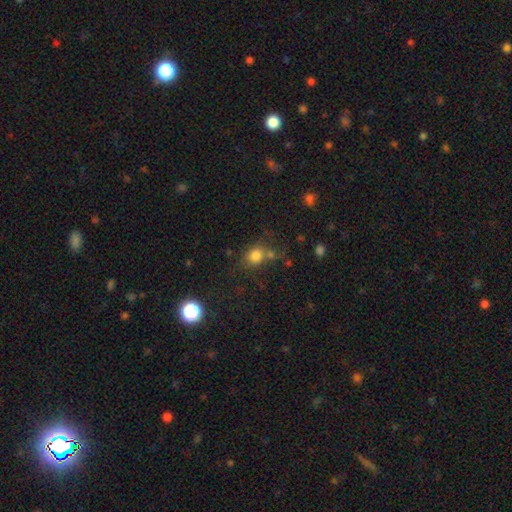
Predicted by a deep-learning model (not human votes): This appears to be a smooth galaxy with no disk features (78%) that is round (69%). Merging: none (55%).